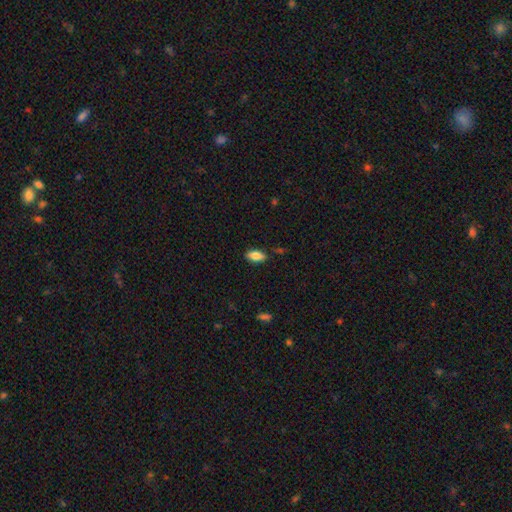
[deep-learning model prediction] smooth_or_featured: smooth (p=0.80) [alt: featured or disk p=0.12]
how_rounded: in between (p=0.88) [alt: cigar-shaped p=0.08]
merging: none (p=0.82) [alt: minor disturbance p=0.13]